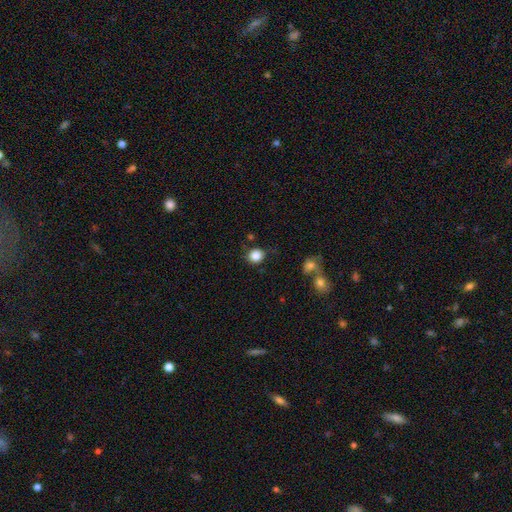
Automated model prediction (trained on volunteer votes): Overall: smooth (85%). How rounded: round (84%). Merging: none (80%).